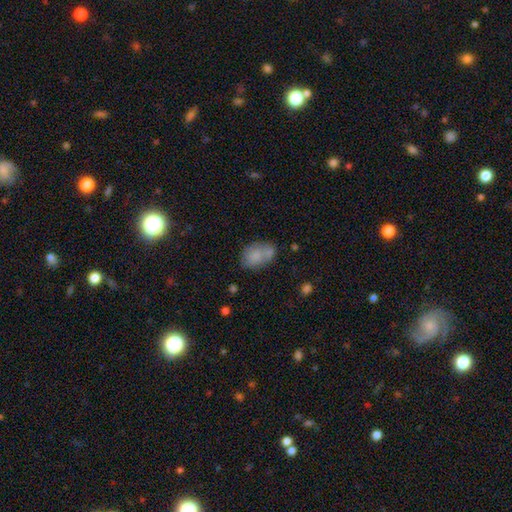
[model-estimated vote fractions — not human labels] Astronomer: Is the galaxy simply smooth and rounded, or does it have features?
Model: smooth — 73%.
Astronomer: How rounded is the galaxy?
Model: in between — 77%.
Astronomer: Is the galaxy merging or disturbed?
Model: none — 46% (runner-up: merger, 23%).